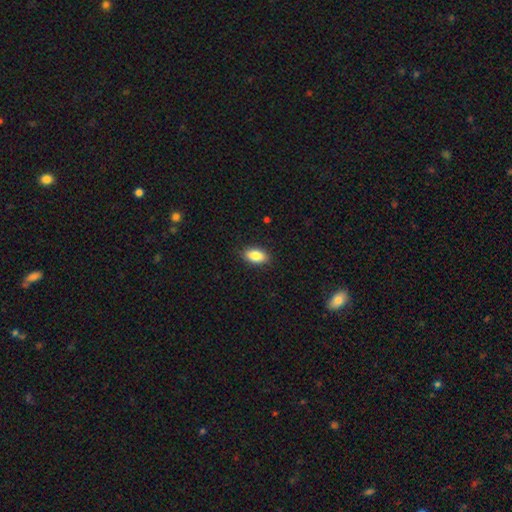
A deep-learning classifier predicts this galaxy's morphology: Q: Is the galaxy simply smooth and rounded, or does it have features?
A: smooth — 86%.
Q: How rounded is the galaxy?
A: in between — 91%.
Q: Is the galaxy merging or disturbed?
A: none — 88%.